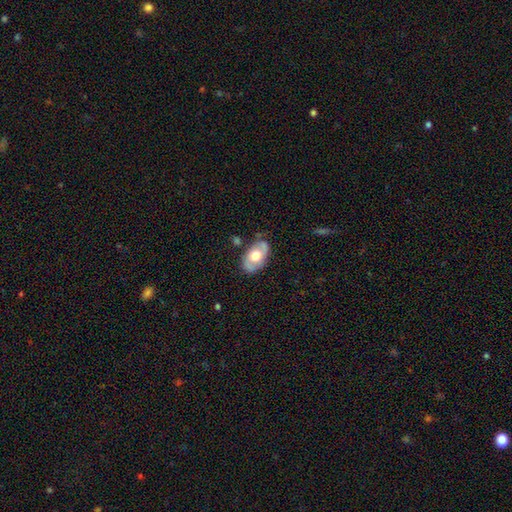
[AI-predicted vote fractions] smooth_or_featured: smooth (p=0.47) [tied with: featured or disk p=0.47]
merging: none (p=0.74) [alt: minor disturbance p=0.19]